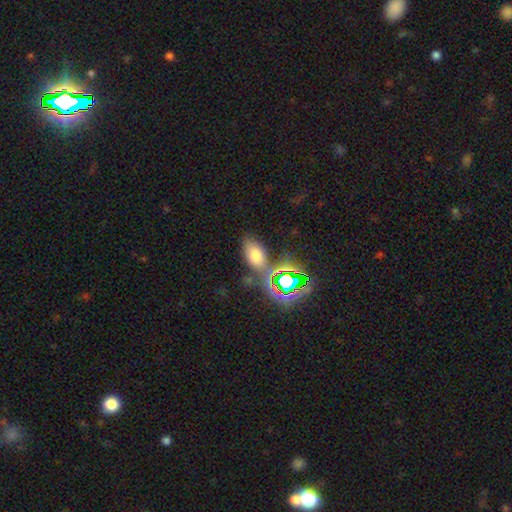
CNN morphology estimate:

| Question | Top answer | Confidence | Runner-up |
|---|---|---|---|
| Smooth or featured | smooth | 64% | star or artifact (25%) |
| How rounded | in between | 89% | round (9%) |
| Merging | none | 66% | minor disturbance (16%) |